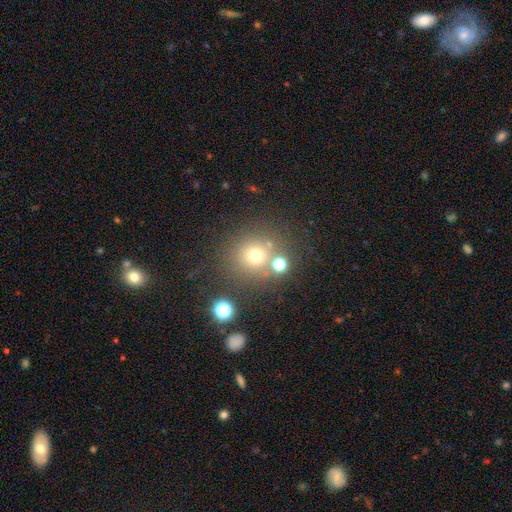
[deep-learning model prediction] Smooth or featured: smooth — 65% (star or artifact — 22%)
How rounded: round — 90% (in between — 9%)
Merging: none — 72% (merger — 12%)